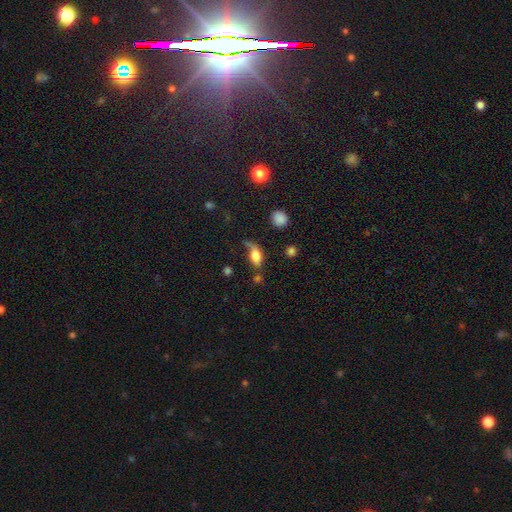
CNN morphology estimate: type=smooth (73%); roundness=in between (82%); merging=none (38%).